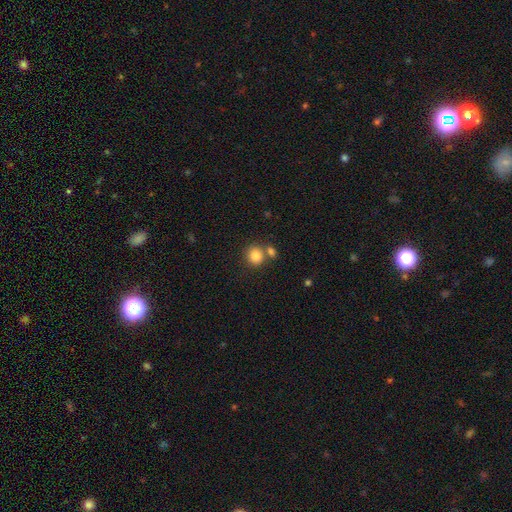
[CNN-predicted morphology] A smooth galaxy with no disk features (84%) that is round (84%).

Vote fractions:
- Smooth or featured? smooth: 84% / star or artifact: 10% / featured or disk: 6%
- How rounded? round: 84% / in between: 15% / cigar-shaped: 1%
- Merging? none: 61% / merger: 26% / minor disturbance: 9% / major disturbance: 3%